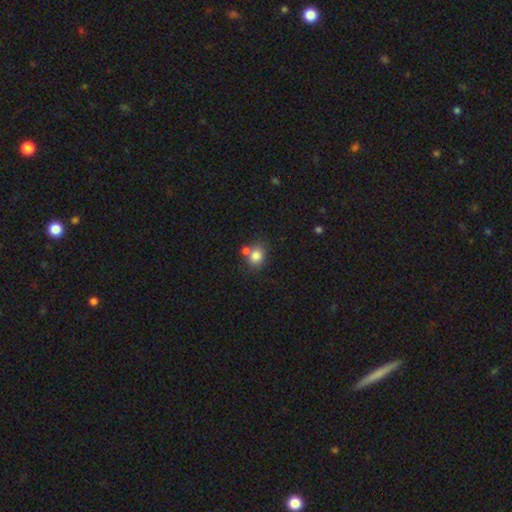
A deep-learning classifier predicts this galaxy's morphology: A smooth galaxy with no disk features (82%) that is round (62%). Merging: none (57%).